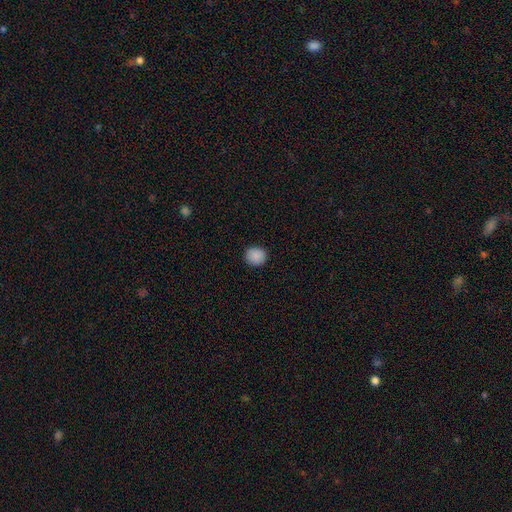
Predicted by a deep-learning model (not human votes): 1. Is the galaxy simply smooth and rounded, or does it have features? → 89% smooth, 9% star or artifact, 3% featured or disk.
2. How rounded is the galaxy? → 87% round, 12% in between, 1% cigar-shaped.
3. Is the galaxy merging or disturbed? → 91% none, 6% minor disturbance, 2% major disturbance, 1% merger.